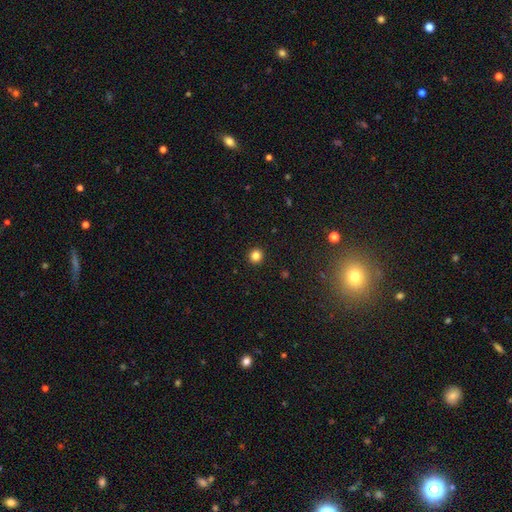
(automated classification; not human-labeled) Smooth or featured: smooth — 83% (star or artifact — 13%)
How rounded: round — 94% (in between — 5%)
Merging: none — 94% (minor disturbance — 4%)